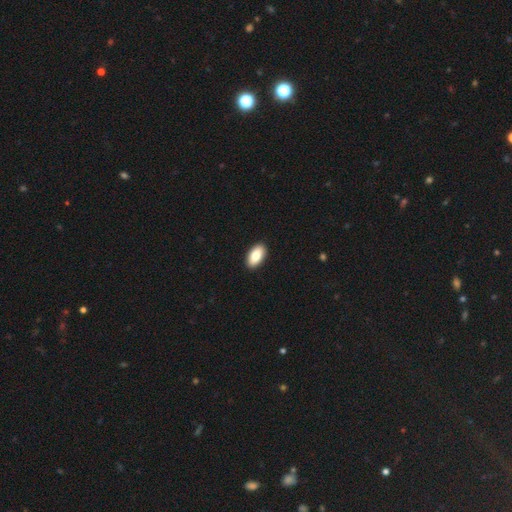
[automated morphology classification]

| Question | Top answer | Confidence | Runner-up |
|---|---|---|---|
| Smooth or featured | smooth | 84% | featured or disk (10%) |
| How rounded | in between | 94% | round (3%) |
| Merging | none | 92% | minor disturbance (6%) |